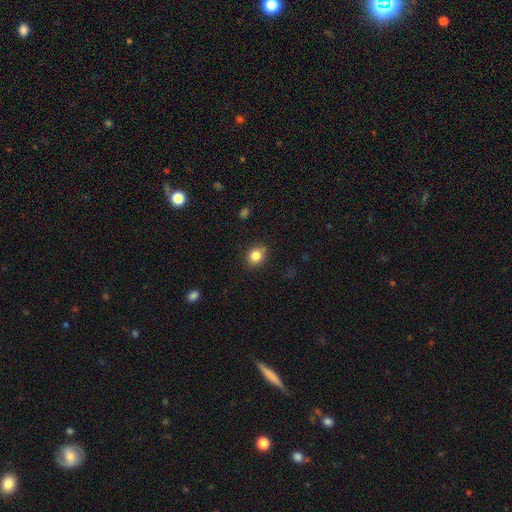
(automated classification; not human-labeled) The model was most divided on "how rounded": round: 81%, in between: 18%, cigar-shaped: 1%. More confident: smooth or featured — smooth (83%); merging — none (80%).